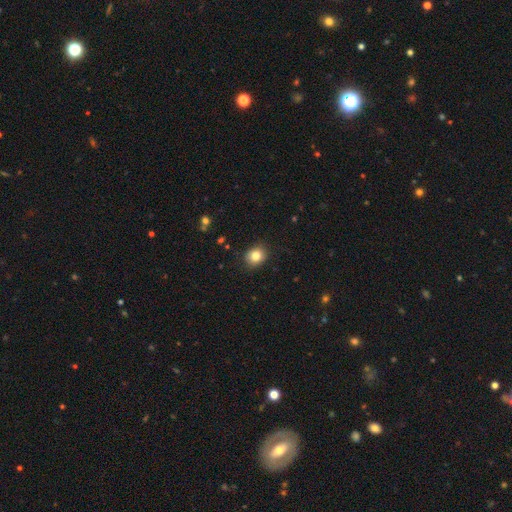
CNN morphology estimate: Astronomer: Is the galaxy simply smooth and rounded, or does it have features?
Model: smooth — 82%.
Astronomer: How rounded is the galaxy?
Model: round — 64%.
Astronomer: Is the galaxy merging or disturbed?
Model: none — 88%.